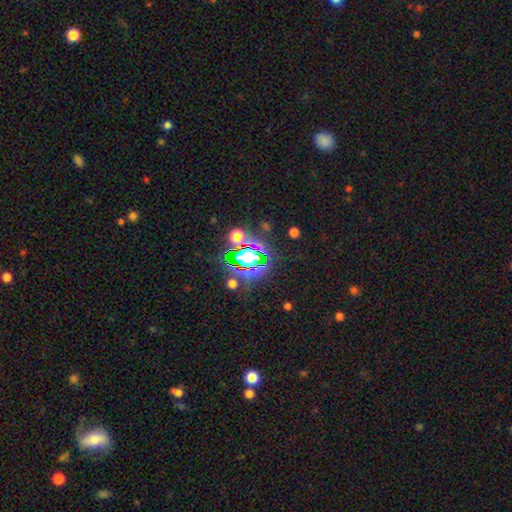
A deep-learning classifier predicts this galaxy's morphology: A star or artifact, not a galaxy (78%).

Vote fractions:
- Smooth or featured? star or artifact: 78% / smooth: 14% / featured or disk: 8%